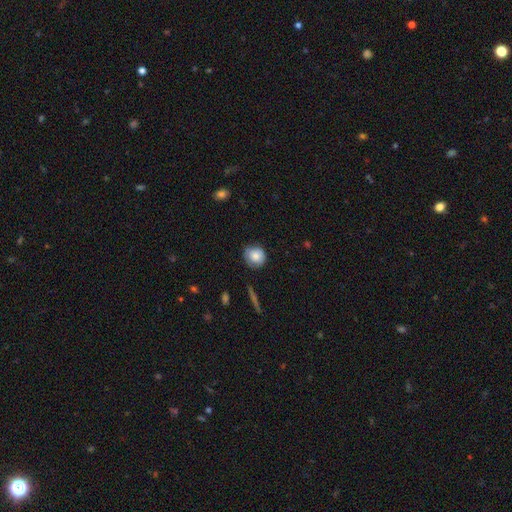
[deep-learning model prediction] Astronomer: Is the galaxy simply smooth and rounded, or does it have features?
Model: smooth — 79%.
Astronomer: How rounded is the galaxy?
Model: round — 86%.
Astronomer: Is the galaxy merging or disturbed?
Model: none — 72%.